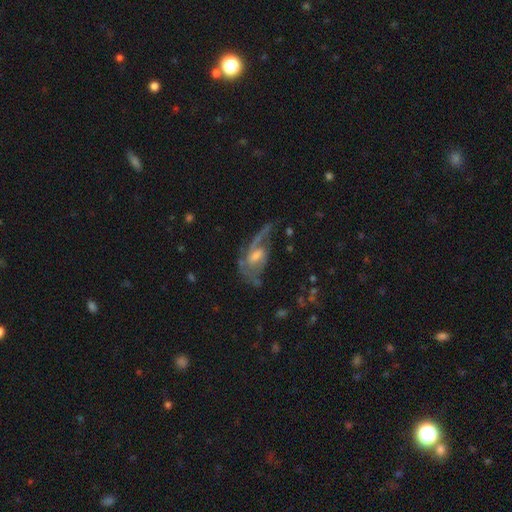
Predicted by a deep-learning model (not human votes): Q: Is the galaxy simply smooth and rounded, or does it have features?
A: featured or disk — 67%.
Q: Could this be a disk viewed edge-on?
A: no — 91%.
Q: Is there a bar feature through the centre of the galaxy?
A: no — 57%.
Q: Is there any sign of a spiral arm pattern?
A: yes — 69%.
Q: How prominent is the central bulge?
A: moderate — 47%.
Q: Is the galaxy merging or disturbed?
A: major disturbance — 42%.